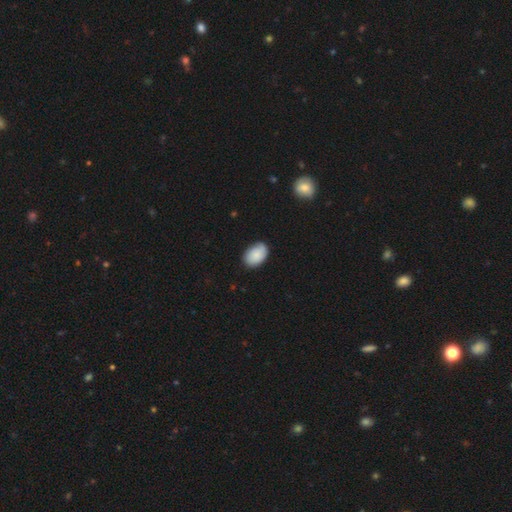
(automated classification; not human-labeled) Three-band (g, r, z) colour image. It shows a smooth galaxy with no disk features (86%) that is in between round and cigar-shaped (88%). Merging: none (79%).